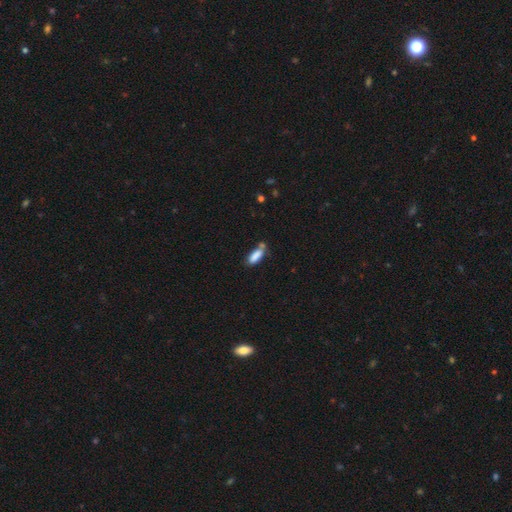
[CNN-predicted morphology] smooth 84%, featured or disk 8%, star or artifact 8%. Down the decision tree: how rounded — in between (63%); merging — none (54%).